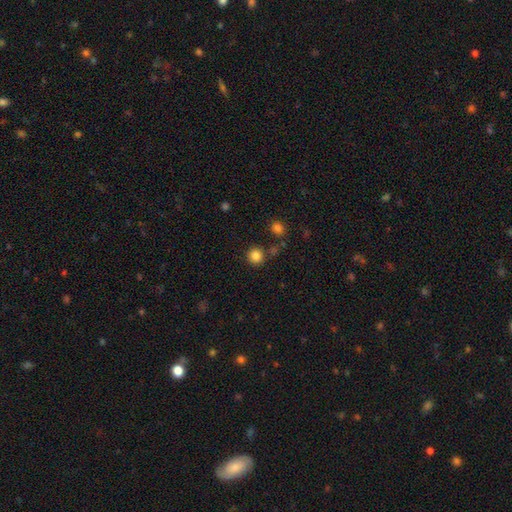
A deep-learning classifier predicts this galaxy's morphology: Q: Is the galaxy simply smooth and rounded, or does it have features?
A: smooth — 84%.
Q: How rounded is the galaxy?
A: round — 92%.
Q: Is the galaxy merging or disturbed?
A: none — 85%.